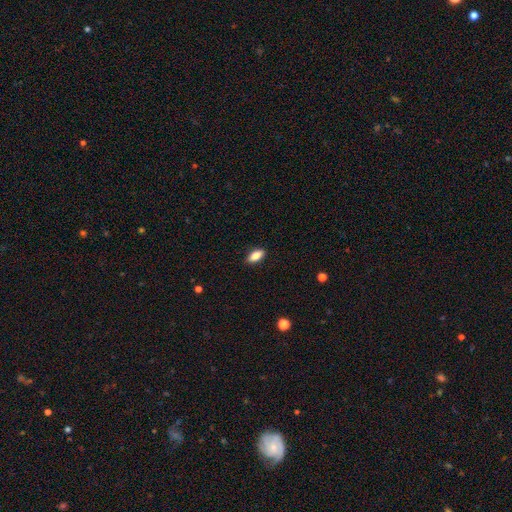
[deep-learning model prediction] smooth_or_featured: smooth (p=0.86) [alt: star or artifact p=0.07]
how_rounded: in between (p=0.88) [alt: cigar-shaped p=0.09]
merging: none (p=0.89) [alt: minor disturbance p=0.08]